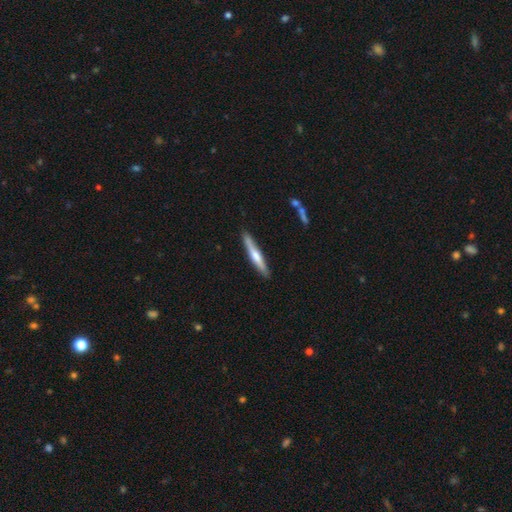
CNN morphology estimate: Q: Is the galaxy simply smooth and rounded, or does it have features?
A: smooth — 47%, tied with featured or disk.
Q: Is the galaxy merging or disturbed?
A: none — 88%.